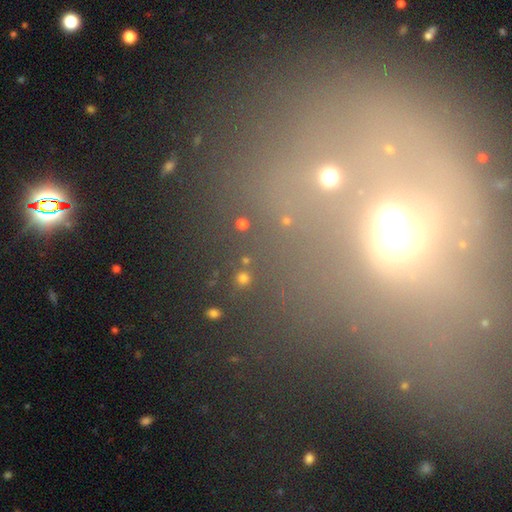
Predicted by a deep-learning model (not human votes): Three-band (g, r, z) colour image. It shows a star or artifact, not a galaxy (48%).